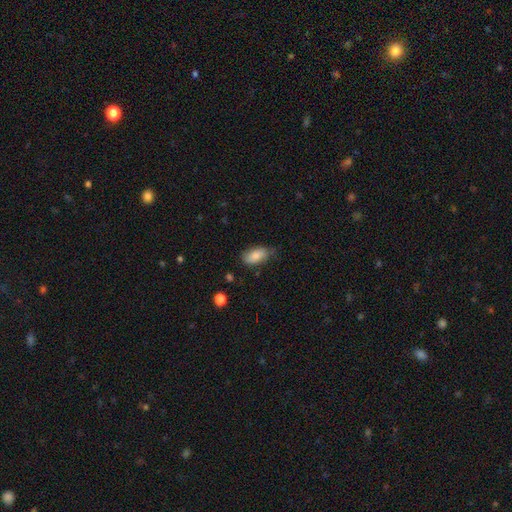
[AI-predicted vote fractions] This is clearly a smooth galaxy (81%). How rounded: clearly in between (92%). Merging: likely none (64%).